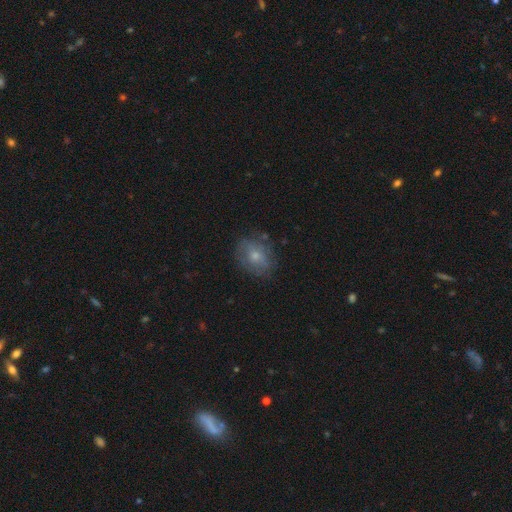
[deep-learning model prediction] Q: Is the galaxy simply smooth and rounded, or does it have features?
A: smooth — 57%.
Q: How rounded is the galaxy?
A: in between — 50%.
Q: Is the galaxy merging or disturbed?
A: none — 70%.